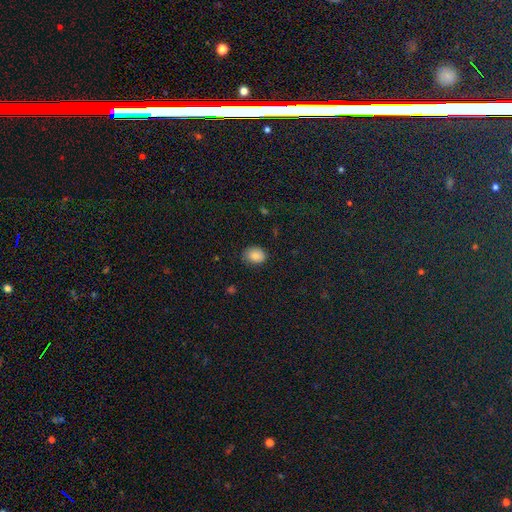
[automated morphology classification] Q: Smooth or featured?
A: smooth (84%); runner-up: star or artifact (9%)
Q: How rounded?
A: in between (58%); runner-up: round (41%)
Q: Merging?
A: none (81%); runner-up: minor disturbance (15%)